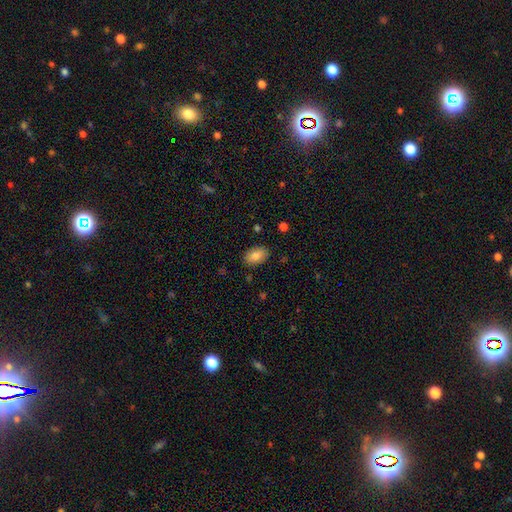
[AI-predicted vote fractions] Smooth or featured? Predicted: smooth (p=0.83). How rounded? Predicted: in between (p=0.89). Merging? Predicted: none (p=0.87).